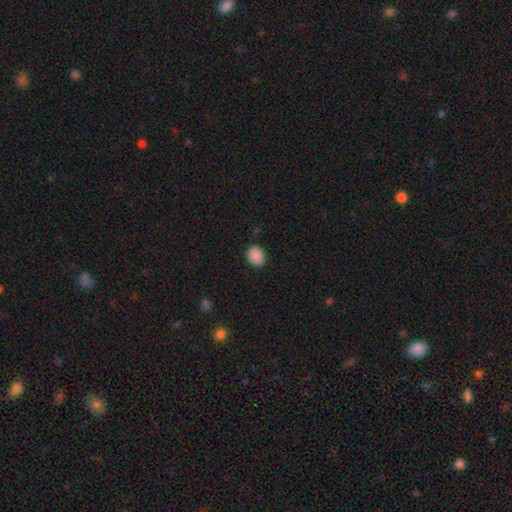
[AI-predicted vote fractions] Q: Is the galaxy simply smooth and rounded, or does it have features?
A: smooth — 88%.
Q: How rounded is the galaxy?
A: in between — 50%.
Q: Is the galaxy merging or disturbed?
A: none — 85%.